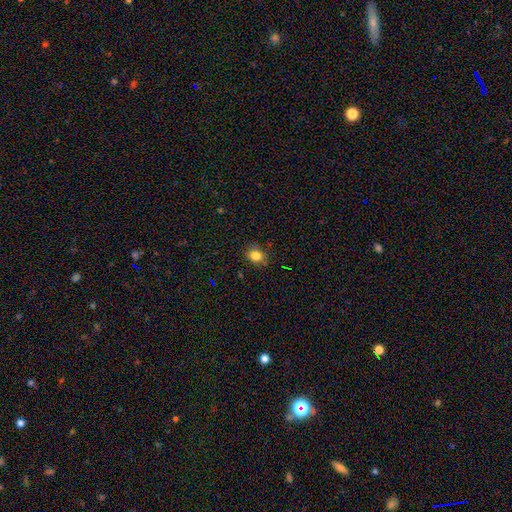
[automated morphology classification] This is clearly a smooth galaxy (82%). How rounded: likely round (62%). Merging: clearly none (82%).